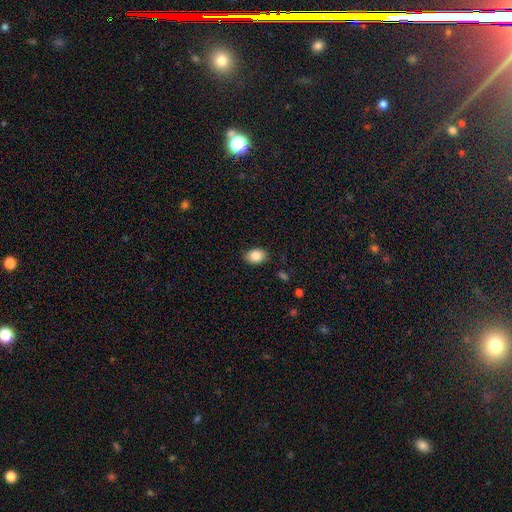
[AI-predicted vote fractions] The model was most divided on "how rounded": in between: 77%, round: 22%, cigar-shaped: 1%. More confident: merging — none (87%); smooth or featured — smooth (87%).